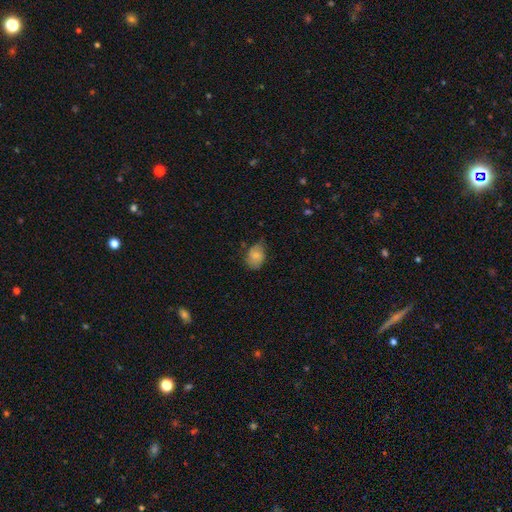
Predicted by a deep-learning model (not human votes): This appears to be a smooth galaxy with no disk features (69%) that is in between round and cigar-shaped (74%). Merging: none (55%).